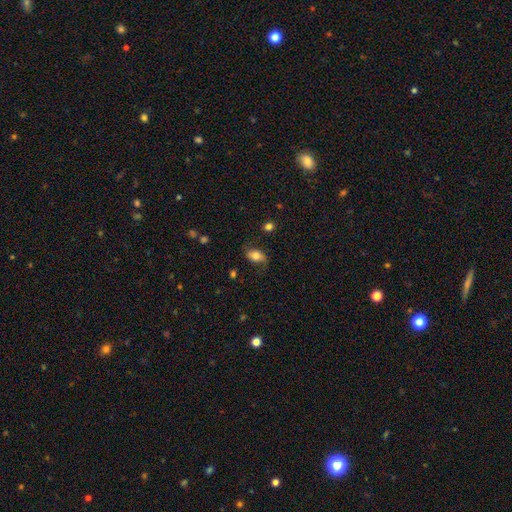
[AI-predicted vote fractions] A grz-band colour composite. It shows a smooth galaxy with no disk features (71%) that is in between round and cigar-shaped (87%). Merging: none (70%).